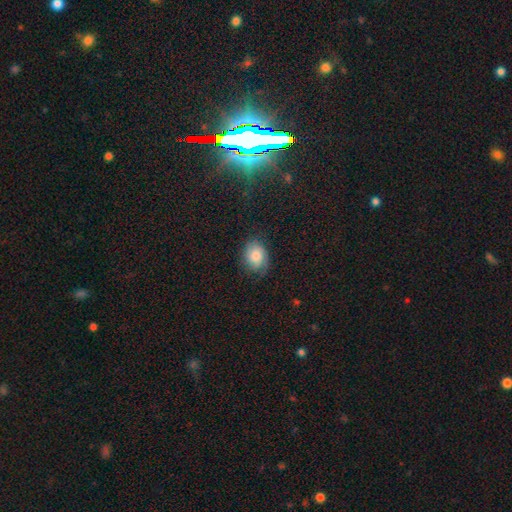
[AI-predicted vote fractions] Smooth or featured? Predicted: smooth (p=0.68). How rounded? Predicted: in between (p=0.66). Merging? Predicted: none (p=0.69).